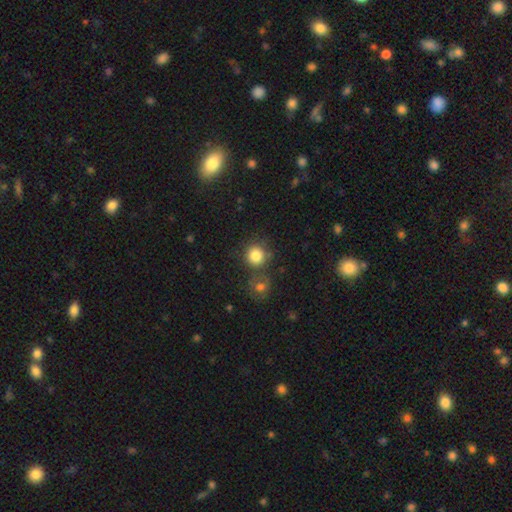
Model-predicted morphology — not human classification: Smooth or featured? smooth (83%)
How rounded? round (90%)
Merging? none (67%)